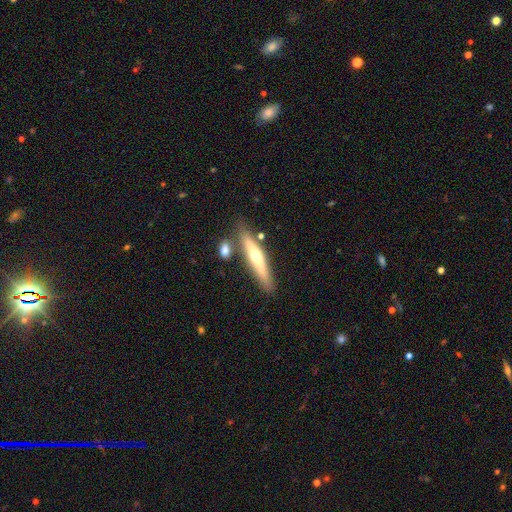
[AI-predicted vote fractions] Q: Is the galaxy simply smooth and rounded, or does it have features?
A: featured or disk — 54%.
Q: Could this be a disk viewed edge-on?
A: yes — 93%.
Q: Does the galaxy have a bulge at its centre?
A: rounded — 87%.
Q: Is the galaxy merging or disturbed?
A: none — 76%.